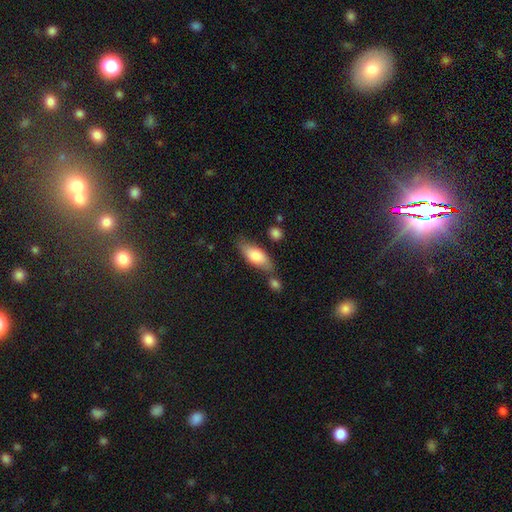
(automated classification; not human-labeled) smooth_or_featured: smooth (p=0.76) [alt: featured or disk p=0.18]
how_rounded: in between (p=0.76) [alt: cigar-shaped p=0.22]
merging: none (p=0.63) [alt: minor disturbance p=0.19]